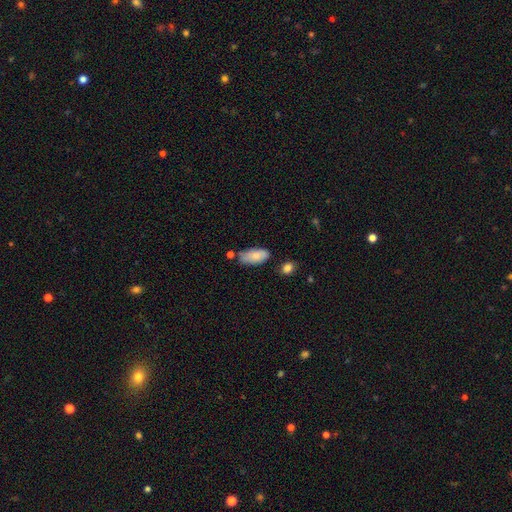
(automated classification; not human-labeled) This is clearly a smooth galaxy (80%). How rounded: clearly in between (90%). Merging: possibly none (59%).